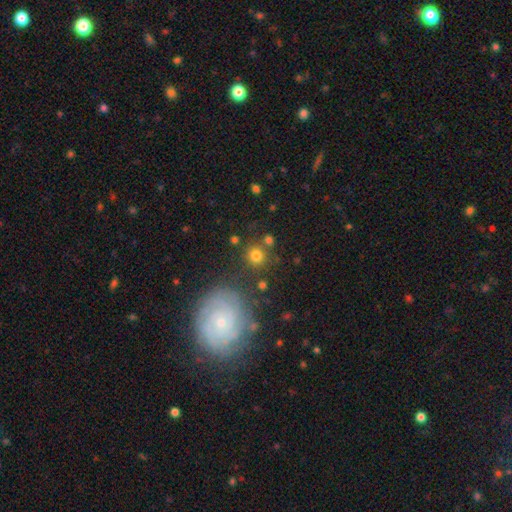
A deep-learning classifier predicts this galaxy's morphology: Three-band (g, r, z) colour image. It shows a smooth galaxy with no disk features (75%) that is round (90%). Merging: none (80%).